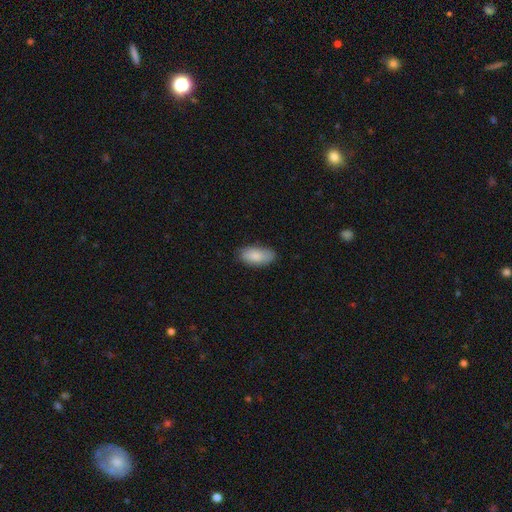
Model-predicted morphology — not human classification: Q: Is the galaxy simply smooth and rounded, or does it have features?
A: smooth — 86%.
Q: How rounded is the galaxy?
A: in between — 91%.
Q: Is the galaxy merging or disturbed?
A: none — 81%.